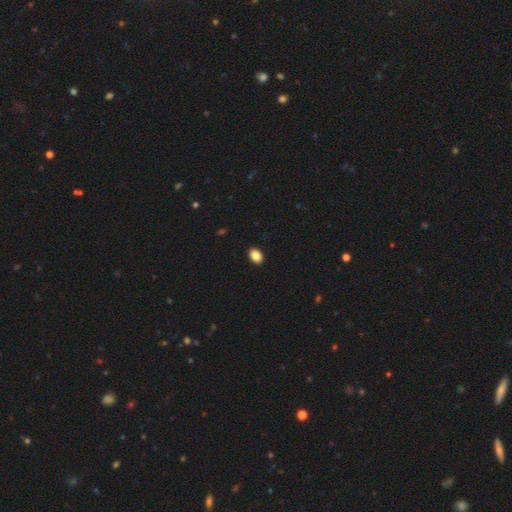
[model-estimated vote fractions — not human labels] smooth-or-featured: smooth: 87% | star or artifact: 8% | featured or disk: 4%
  how-rounded: in between: 81% | round: 18% | cigar-shaped: 1%
  merging: none: 91% | minor disturbance: 6% | major disturbance: 2% | merger: 1%